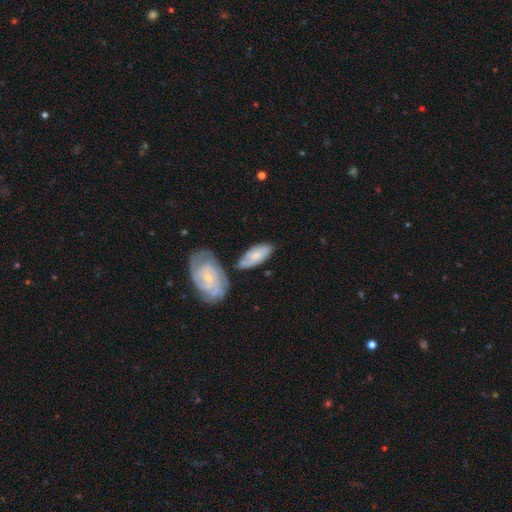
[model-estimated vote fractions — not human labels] A smooth galaxy with no disk features (48%). Merging: none (55%).